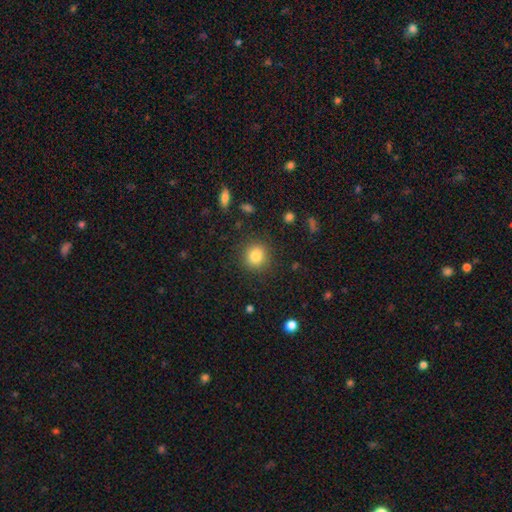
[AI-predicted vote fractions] Smooth or featured? smooth (82%)
How rounded? round (88%)
Merging? none (88%)